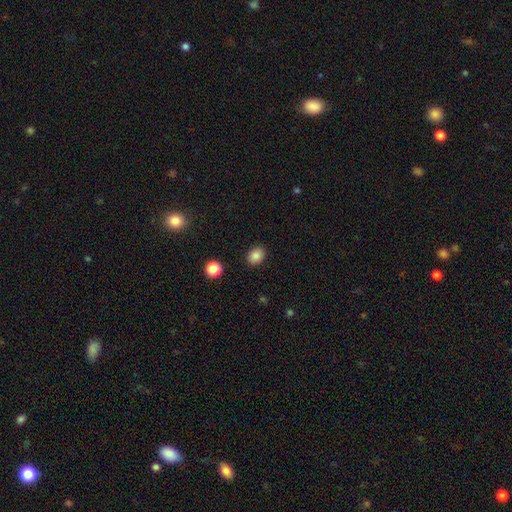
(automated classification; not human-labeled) This is clearly a smooth galaxy (85%). How rounded: possibly in between (56%). Merging: clearly none (89%).